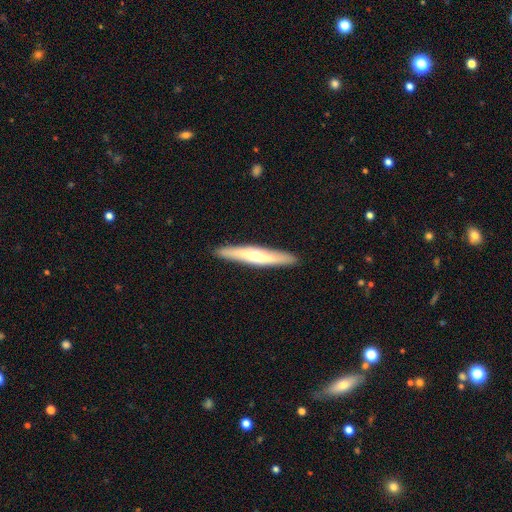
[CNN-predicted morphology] A featured or disk galaxy (52%) viewed edge-on (91%). Merging: none (91%).